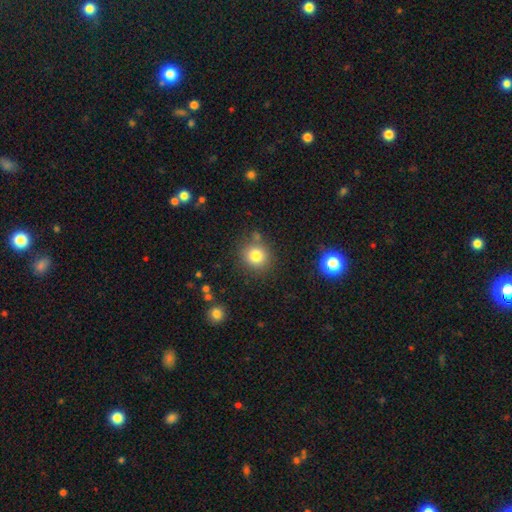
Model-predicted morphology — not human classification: Smooth or featured? smooth (81%)
How rounded? round (87%)
Merging? none (80%)